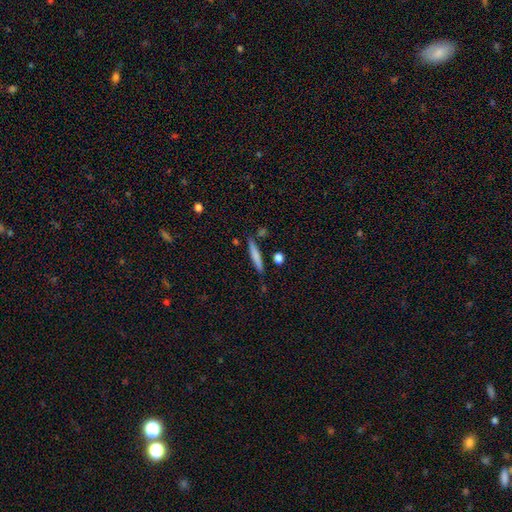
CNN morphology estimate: Smooth or featured?
  - smooth: 70% *
  - featured or disk: 24%
  - star or artifact: 6%
How rounded?
  - cigar-shaped: 92% *
  - in between: 6%
  - round: 2%
Merging?
  - none: 81% *
  - minor disturbance: 12%
  - merger: 5%
  - major disturbance: 3%